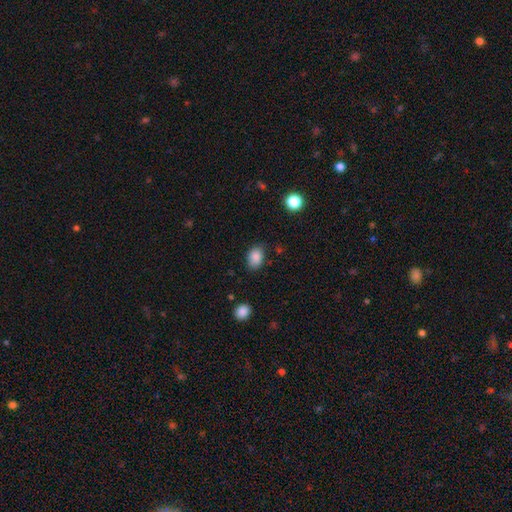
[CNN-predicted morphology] Overall: smooth (87%). How rounded: in between (75%). Merging: none (78%).